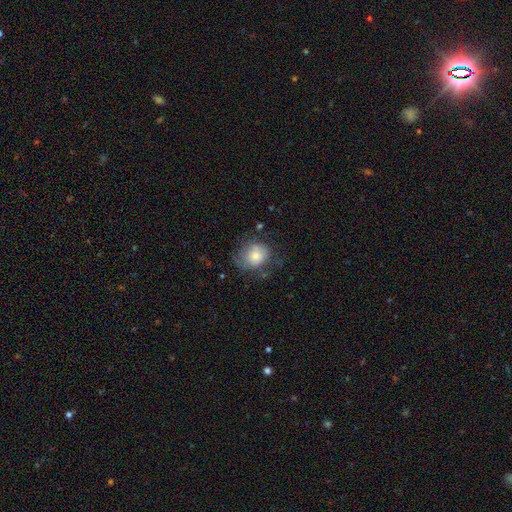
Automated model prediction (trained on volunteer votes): Smooth or featured: smooth — 75% (featured or disk — 17%)
How rounded: round — 67% (in between — 32%)
Merging: none — 56% (minor disturbance — 27%)